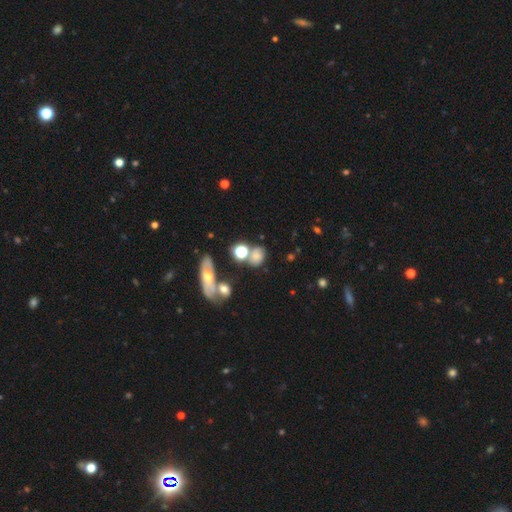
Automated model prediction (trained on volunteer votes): Smooth or featured: smooth — 64% (star or artifact — 19%)
How rounded: round — 55% (in between — 42%)
Merging: none — 50% (merger — 26%)